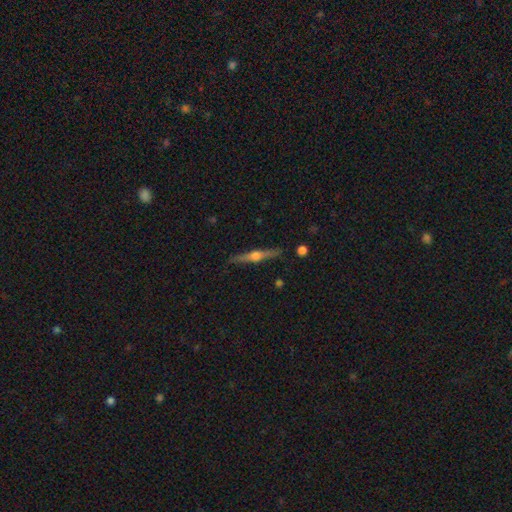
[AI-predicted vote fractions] Q: Smooth or featured?
A: featured or disk (74%); runner-up: smooth (20%)
Q: Edge-on disk?
A: yes (98%); runner-up: no (2%)
Q: Edge-on bulge?
A: rounded (92%); runner-up: boxy (5%)
Q: Merging?
A: none (88%); runner-up: minor disturbance (9%)